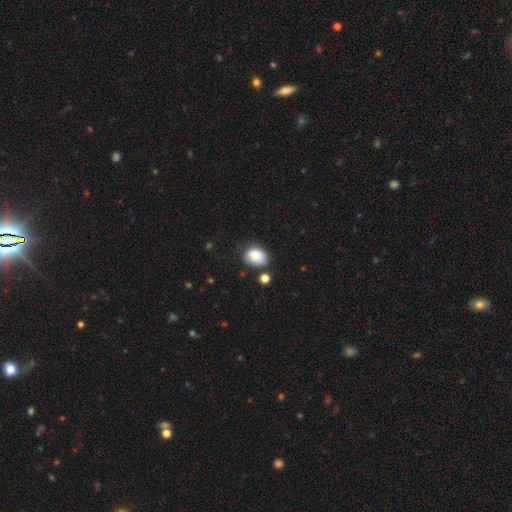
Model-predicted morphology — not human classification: smooth 82%, featured or disk 10%, star or artifact 8%. Down the decision tree: how rounded — in between (71%); merging — none (61%).